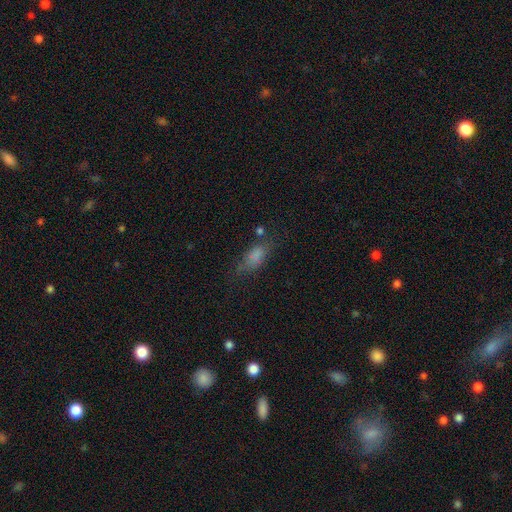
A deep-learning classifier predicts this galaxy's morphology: smooth 73%, featured or disk 15%, star or artifact 12%. Down the decision tree: how rounded — in between (78%); merging — none (51%).